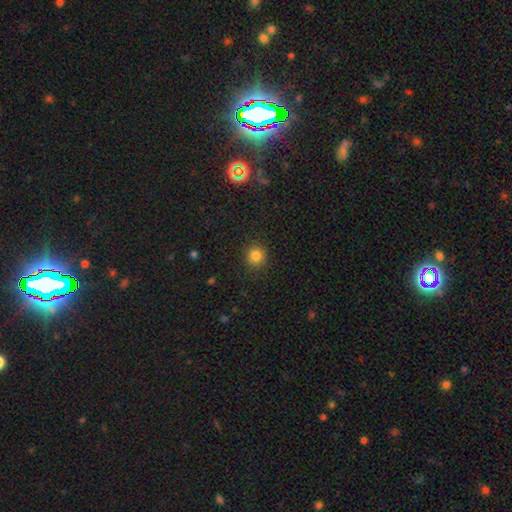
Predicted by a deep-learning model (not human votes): smooth 83%, star or artifact 13%, featured or disk 5%. Down the decision tree: how rounded — round (91%); merging — none (90%).